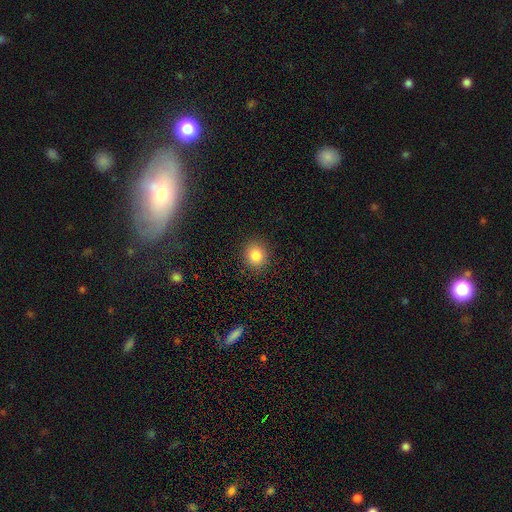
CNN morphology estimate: This appears to be a smooth galaxy with no disk features (84%) that is round (82%). Merging: none (90%).